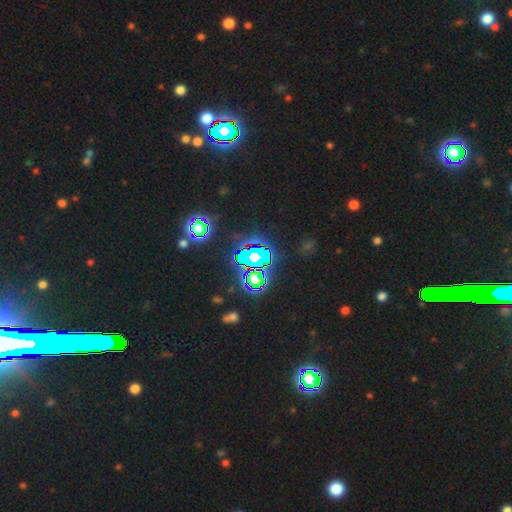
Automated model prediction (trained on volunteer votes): Smooth or featured: star or artifact — 77% (smooth — 13%)